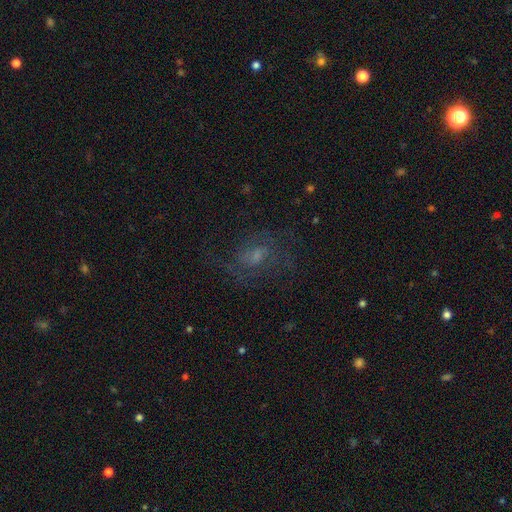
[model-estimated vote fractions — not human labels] smooth-or-featured: featured or disk: 61% | smooth: 23% | star or artifact: 17%
  disk-edge-on: no: 97% | yes: 3%
    bar: no: 49% | weak: 43% | strong: 8%
    has-spiral-arms: yes: 82% | no: 18%
    bulge-size: small: 40% | moderate: 36% | none: 17% | large: 6% | dominant: 1%
  merging: none: 61% | major disturbance: 20% | minor disturbance: 17% | merger: 2%